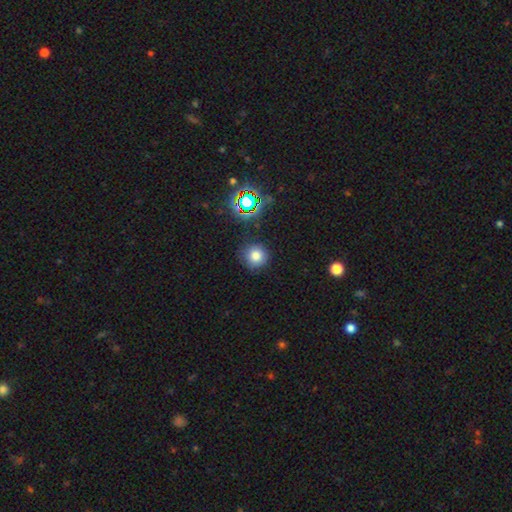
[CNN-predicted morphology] This appears to be a smooth galaxy with no disk features (75%) that is round (93%). Merging: none (85%).